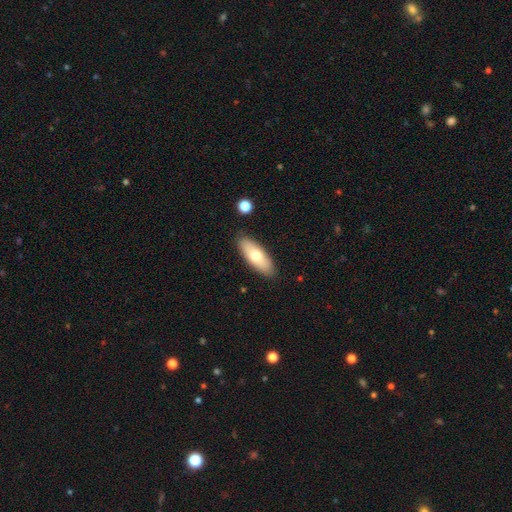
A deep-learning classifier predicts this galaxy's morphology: type=smooth (70%); roundness=in between (70%); merging=none (87%).